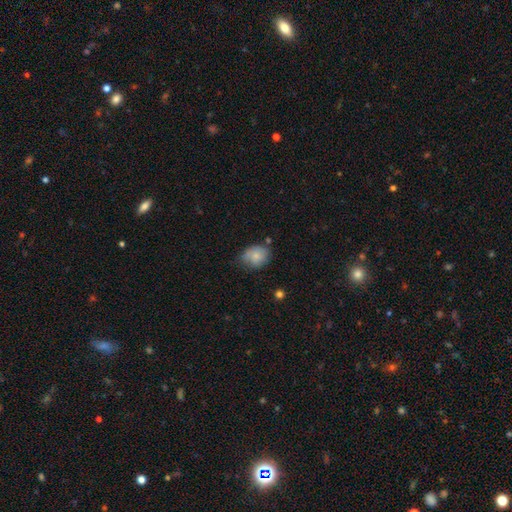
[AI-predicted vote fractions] smooth 80%, featured or disk 13%, star or artifact 8%. Down the decision tree: how rounded — in between (56%); merging — none (56%).